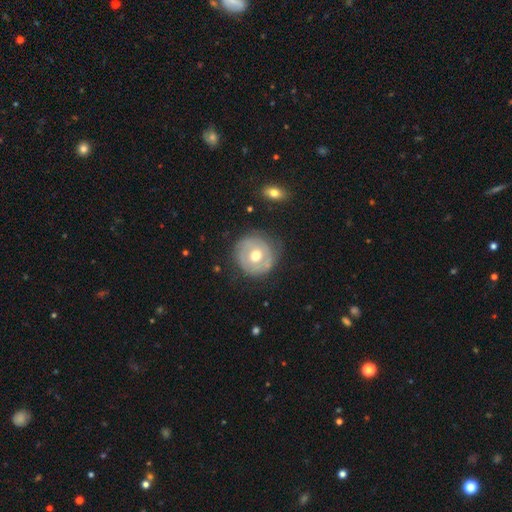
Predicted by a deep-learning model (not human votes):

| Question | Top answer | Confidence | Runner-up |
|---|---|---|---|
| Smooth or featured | featured or disk | 56% | smooth (38%) |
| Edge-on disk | no | 96% | yes (4%) |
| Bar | no | 73% | weak (21%) |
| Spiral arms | no | 55% | yes (45%) |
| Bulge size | moderate | 80% | small (10%) |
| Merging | none | 77% | minor disturbance (16%) |